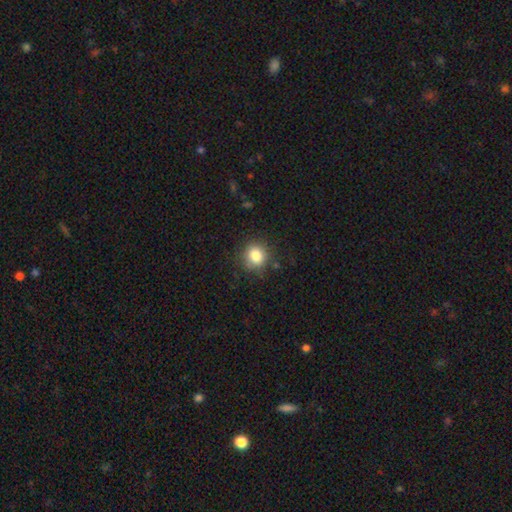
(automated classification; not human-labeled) This appears to be a smooth galaxy with no disk features (83%) that is round (84%). Merging: none (82%).